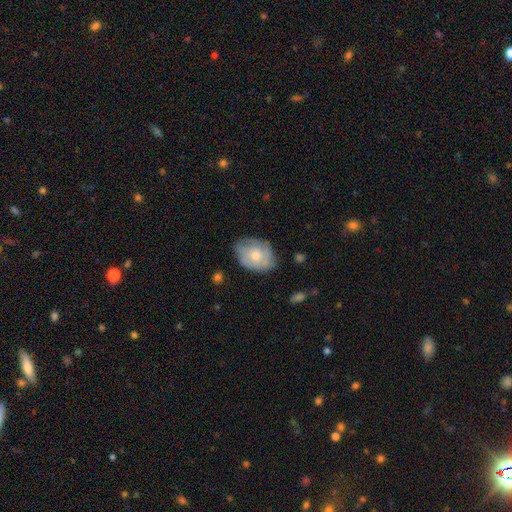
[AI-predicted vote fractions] A smooth galaxy with no disk features (48%). Merging: none (64%).